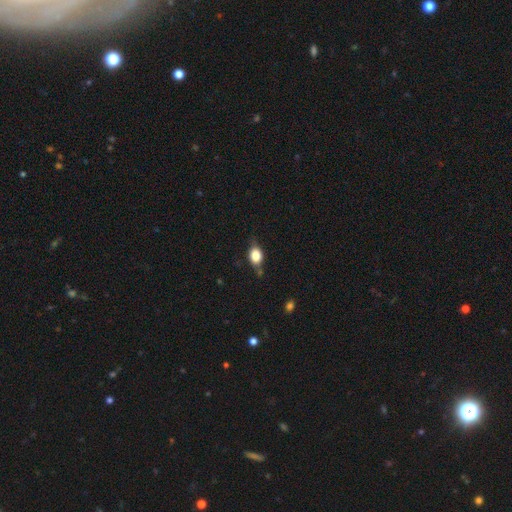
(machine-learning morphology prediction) A smooth galaxy with no disk features (78%) that is in between round and cigar-shaped (72%). Merging: none (67%).